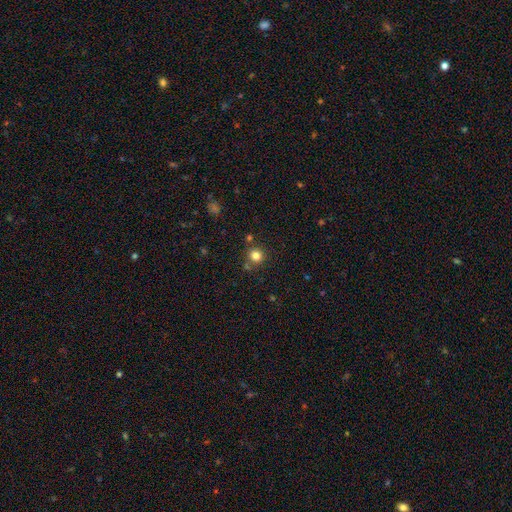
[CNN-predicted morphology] A smooth galaxy with no disk features (81%) that is round (92%). Merging: none (80%).